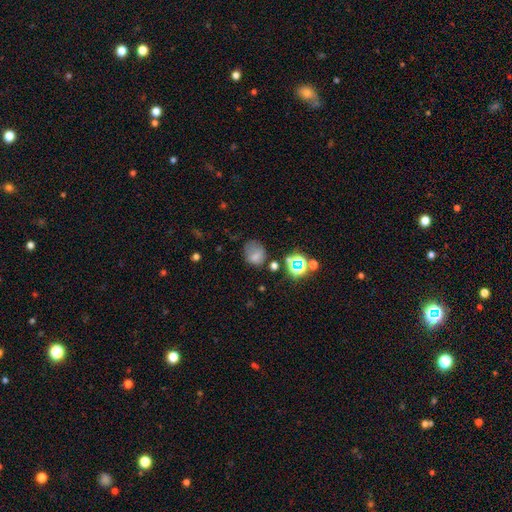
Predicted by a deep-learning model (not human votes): smooth 65%, star or artifact 21%, featured or disk 14%. Down the decision tree: how rounded — round (57%); merging — none (50%).